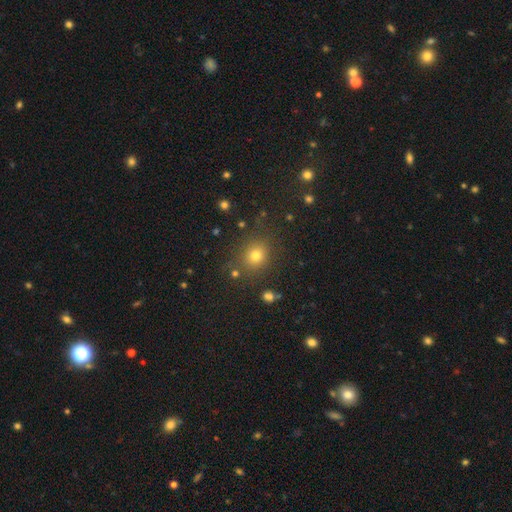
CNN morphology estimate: This is likely a smooth galaxy (72%). How rounded: likely round (76%). Merging: clearly none (83%).